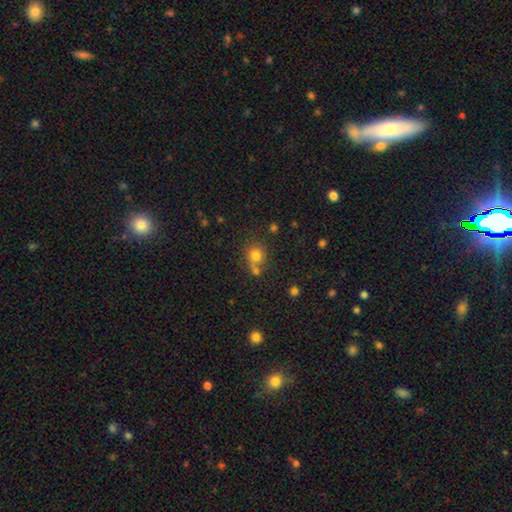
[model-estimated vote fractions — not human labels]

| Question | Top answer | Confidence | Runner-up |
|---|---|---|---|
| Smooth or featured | smooth | 76% | star or artifact (14%) |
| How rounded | round | 82% | in between (17%) |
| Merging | none | 54% | merger (30%) |